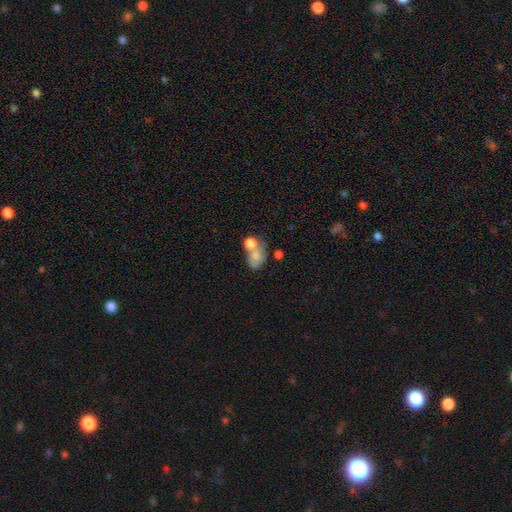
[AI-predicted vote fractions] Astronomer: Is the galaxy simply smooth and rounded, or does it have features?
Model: smooth — 71%.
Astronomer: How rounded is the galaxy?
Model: in between — 65%.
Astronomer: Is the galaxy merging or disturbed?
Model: merger — 50%.